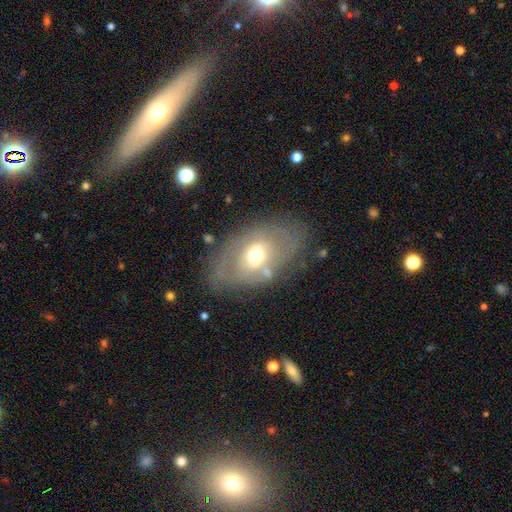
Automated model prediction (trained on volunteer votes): The model was most divided on "smooth or featured": featured or disk: 57%, smooth: 35%, star or artifact: 8%. More confident: edge-on disk — no (91%); bar — no (72%); merging — none (70%); bulge size — moderate (64%); spiral arms — no (64%).